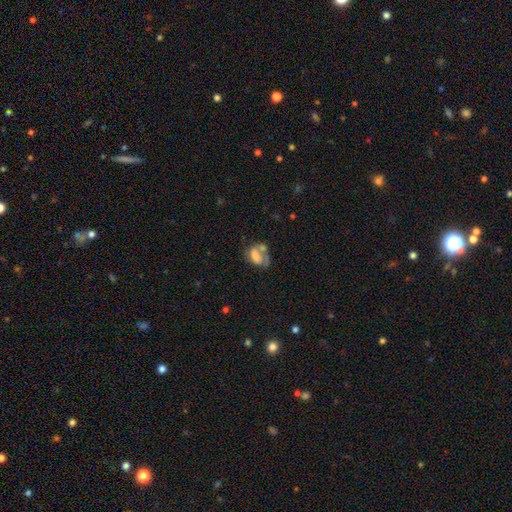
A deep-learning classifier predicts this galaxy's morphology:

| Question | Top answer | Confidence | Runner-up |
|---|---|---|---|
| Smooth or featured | smooth | 48% | featured or disk (42%) |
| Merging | merger | 30% | major disturbance (26%) |